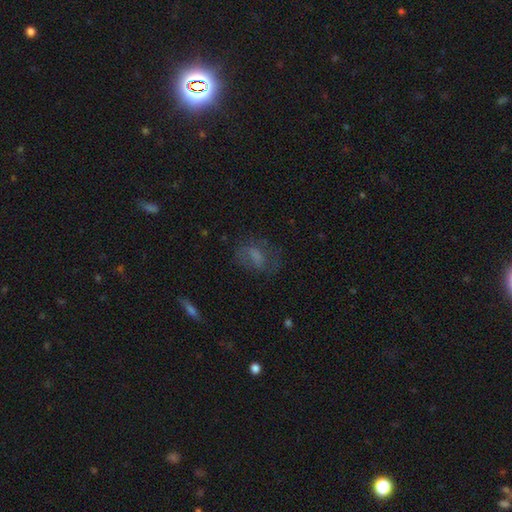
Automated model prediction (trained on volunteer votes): A smooth galaxy with no disk features (51%) that is in between round and cigar-shaped (74%). Merging: none (57%).